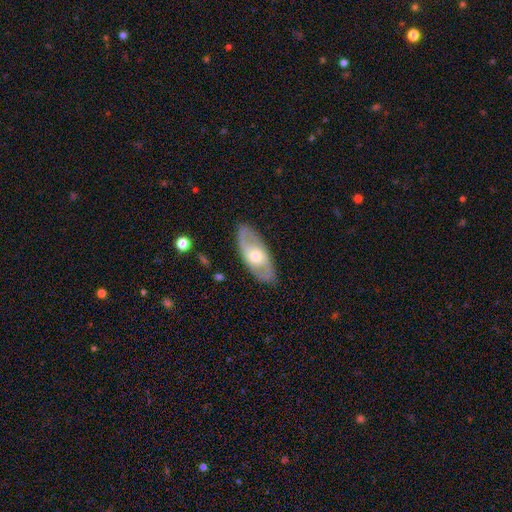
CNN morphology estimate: Smooth or featured? featured or disk (68%)
Edge-on disk? no (85%)
Bar? no (66%)
Spiral arms? yes (66%)
Bulge size? moderate (62%)
Merging? none (85%)